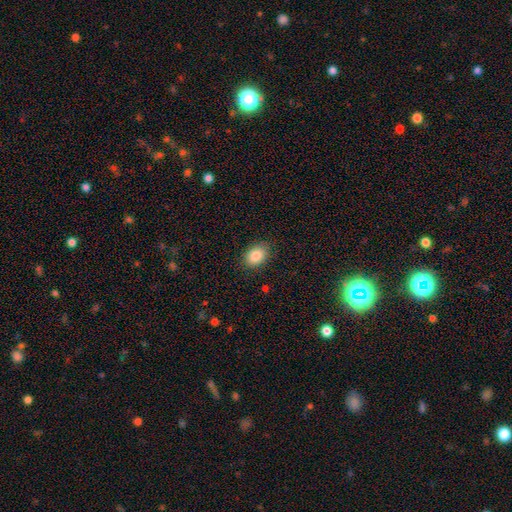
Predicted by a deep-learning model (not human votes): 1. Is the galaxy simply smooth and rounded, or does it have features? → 86% smooth, 8% star or artifact, 6% featured or disk.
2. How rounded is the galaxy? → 79% in between, 20% round, 1% cigar-shaped.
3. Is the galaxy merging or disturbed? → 85% none, 11% minor disturbance, 3% major disturbance, 1% merger.